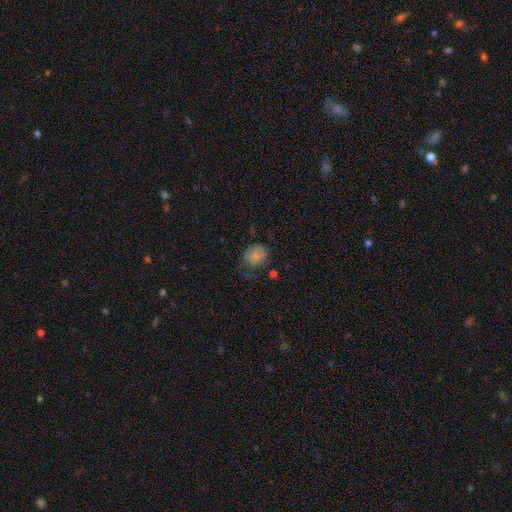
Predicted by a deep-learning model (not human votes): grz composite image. It shows a smooth galaxy with no disk features (73%) that is round (67%). Merging: none (56%).